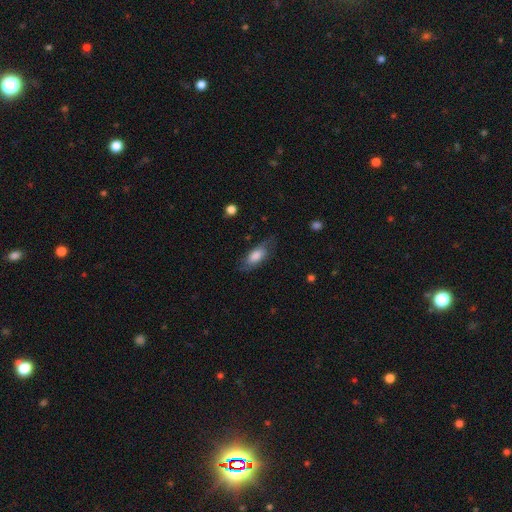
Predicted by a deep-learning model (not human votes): Q: Smooth or featured?
A: smooth (70%); runner-up: featured or disk (23%)
Q: How rounded?
A: in between (80%); runner-up: cigar-shaped (17%)
Q: Merging?
A: none (68%); runner-up: minor disturbance (22%)